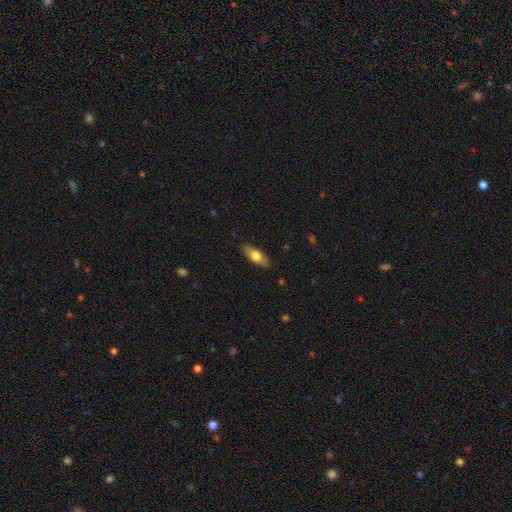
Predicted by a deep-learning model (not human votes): Smooth or featured?
  - smooth: 64% *
  - featured or disk: 30%
  - star or artifact: 6%
How rounded?
  - in between: 64% *
  - cigar-shaped: 34%
  - round: 3%
Merging?
  - none: 87% *
  - minor disturbance: 10%
  - major disturbance: 2%
  - merger: 1%